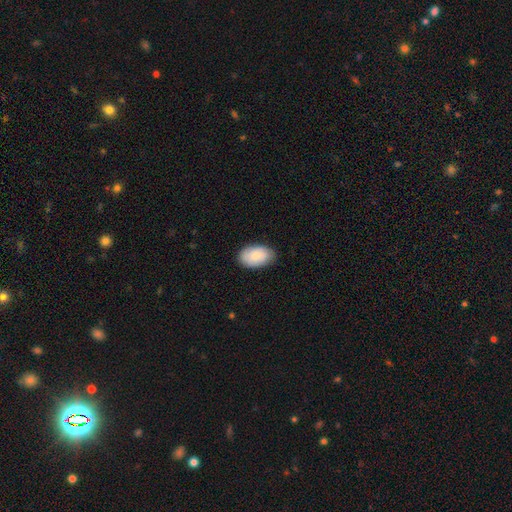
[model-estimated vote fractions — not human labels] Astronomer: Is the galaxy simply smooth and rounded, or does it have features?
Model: smooth — 81%.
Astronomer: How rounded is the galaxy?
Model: in between — 92%.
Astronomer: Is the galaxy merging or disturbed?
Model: none — 82%.